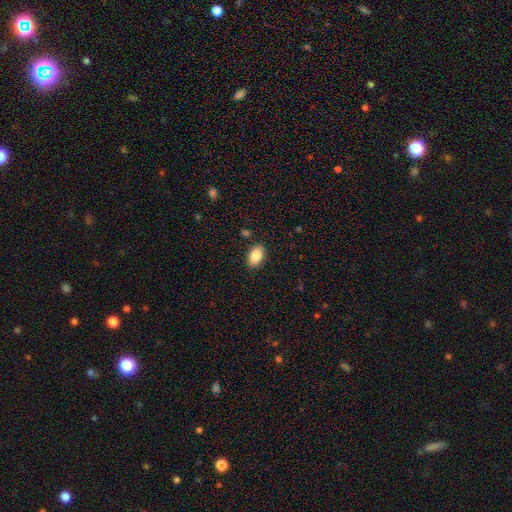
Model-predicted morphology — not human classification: Overall: smooth (84%). How rounded: in between (90%). Merging: none (88%).